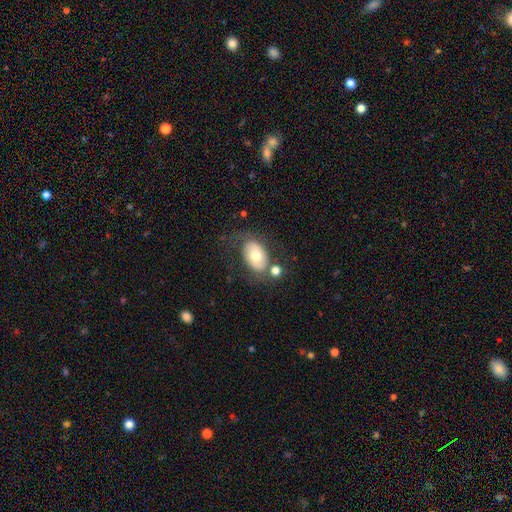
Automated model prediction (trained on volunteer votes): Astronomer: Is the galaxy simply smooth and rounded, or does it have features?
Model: smooth — 62%.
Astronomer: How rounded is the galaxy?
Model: in between — 88%.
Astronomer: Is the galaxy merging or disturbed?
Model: none — 59%.